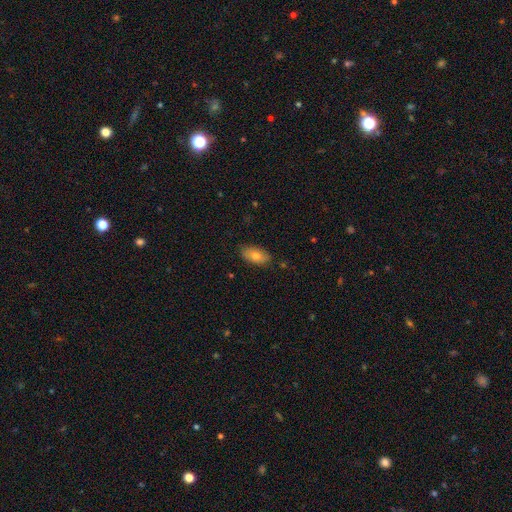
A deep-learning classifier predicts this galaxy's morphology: A smooth galaxy with no disk features (75%) that is in between round and cigar-shaped (90%). Merging: none (85%).